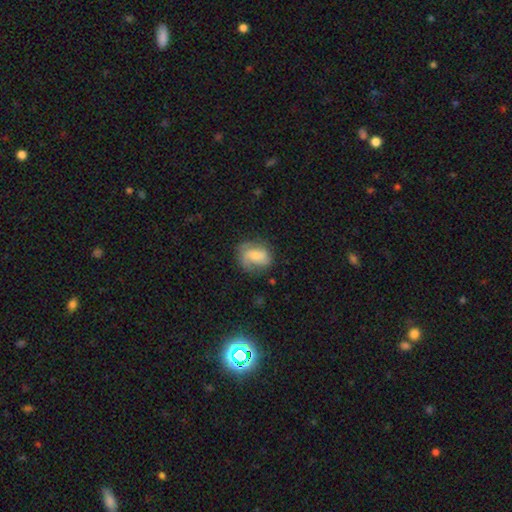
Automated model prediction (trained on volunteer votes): Q: Smooth or featured?
A: featured or disk (48%); runner-up: smooth (43%)
Q: Merging?
A: none (61%); runner-up: minor disturbance (25%)